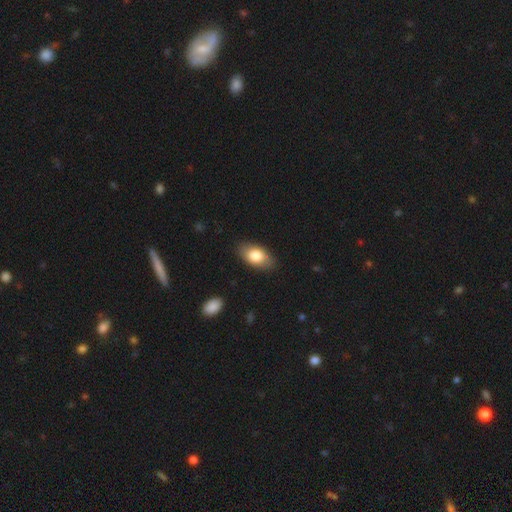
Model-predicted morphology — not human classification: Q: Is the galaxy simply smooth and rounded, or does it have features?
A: smooth — 80%.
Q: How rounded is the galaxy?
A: in between — 92%.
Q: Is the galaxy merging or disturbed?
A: none — 84%.